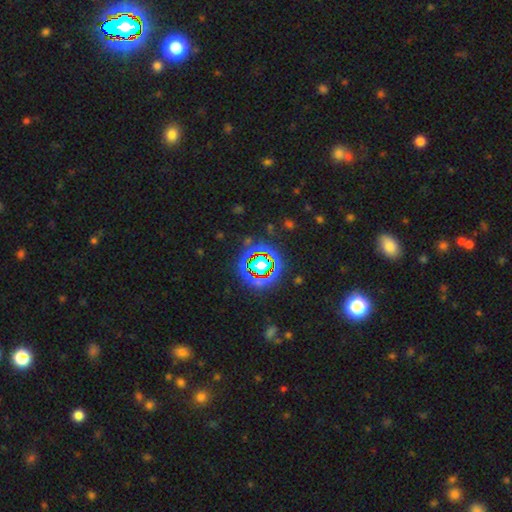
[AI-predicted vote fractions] A star or artifact, not a galaxy (78%).